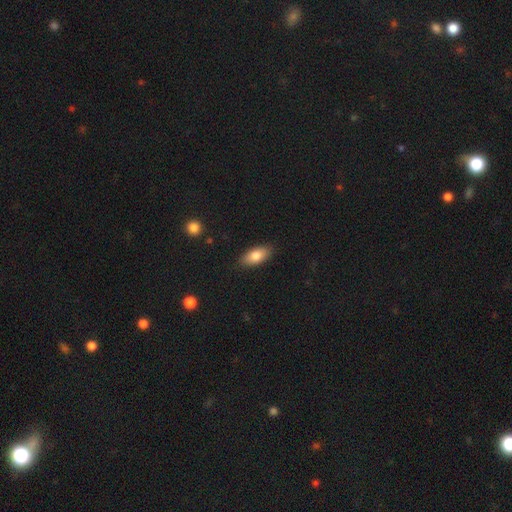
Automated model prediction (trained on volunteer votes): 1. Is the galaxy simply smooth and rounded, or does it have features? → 80% smooth, 14% featured or disk, 7% star or artifact.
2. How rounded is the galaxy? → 87% in between, 10% cigar-shaped, 3% round.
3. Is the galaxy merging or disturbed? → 88% none, 9% minor disturbance, 2% major disturbance, 1% merger.